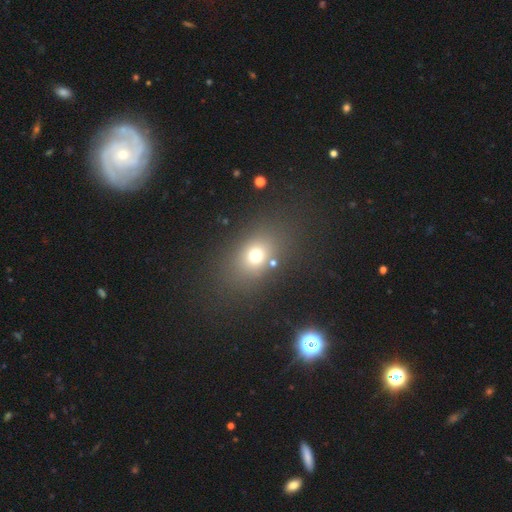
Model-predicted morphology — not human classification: smooth_or_featured: smooth (p=0.69) [alt: star or artifact p=0.19]
how_rounded: in between (p=0.57) [alt: round p=0.41]
merging: none (p=0.77) [alt: minor disturbance p=0.11]